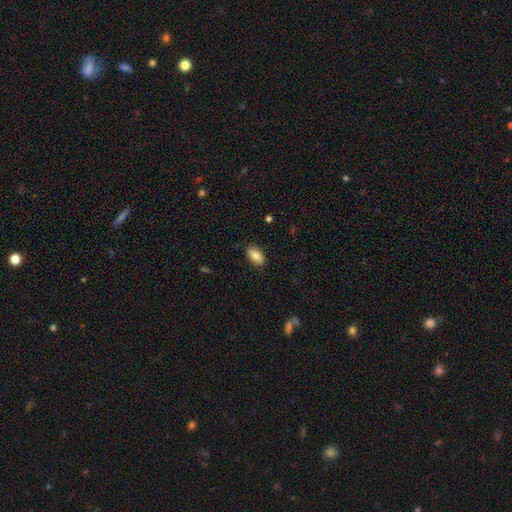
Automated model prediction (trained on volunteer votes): A smooth galaxy with no disk features (84%) that is in between round and cigar-shaped (93%). Merging: none (85%).